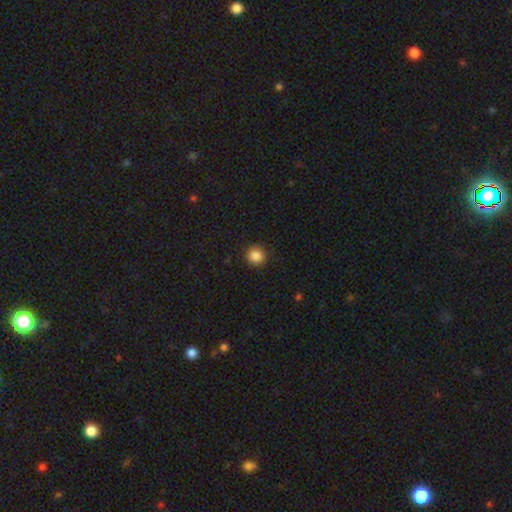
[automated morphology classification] This is clearly a smooth galaxy (87%). How rounded: clearly round (94%). Merging: clearly none (91%).